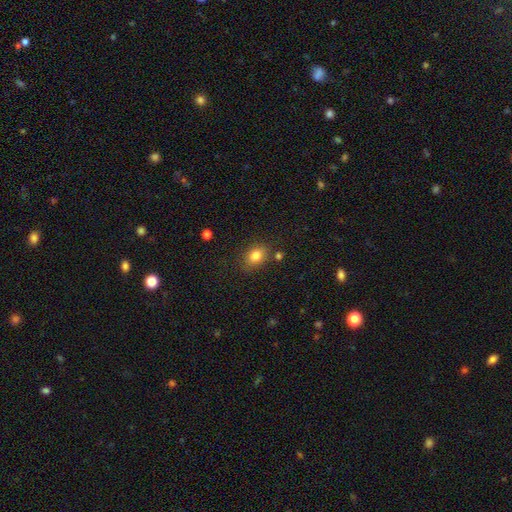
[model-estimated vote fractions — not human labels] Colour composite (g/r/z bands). It shows a smooth galaxy with no disk features (82%) that is in between round and cigar-shaped (65%). Merging: none (78%).